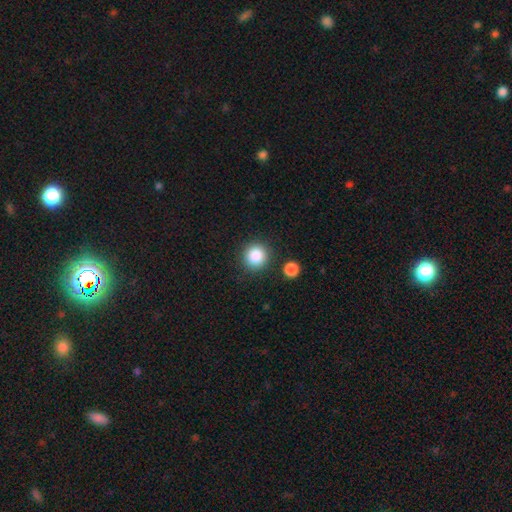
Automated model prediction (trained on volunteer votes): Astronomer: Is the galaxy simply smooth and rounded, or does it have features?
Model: smooth — 86%.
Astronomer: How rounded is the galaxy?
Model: round — 93%.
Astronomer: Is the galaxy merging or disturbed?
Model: none — 86%.